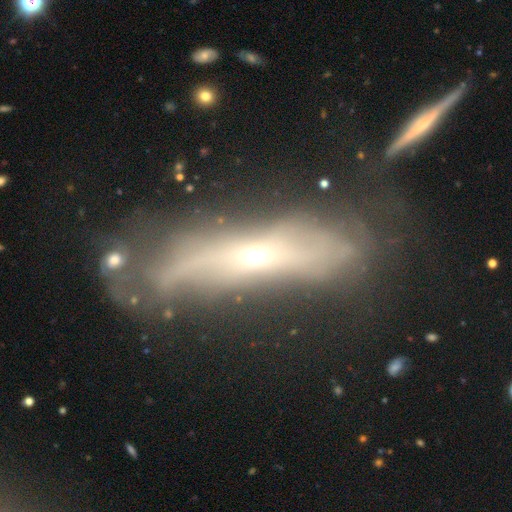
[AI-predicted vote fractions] Smooth or featured? Predicted: featured or disk (p=0.64). Edge-on disk? Predicted: no (p=0.50, tied with yes). Merging? Predicted: none (p=0.44).